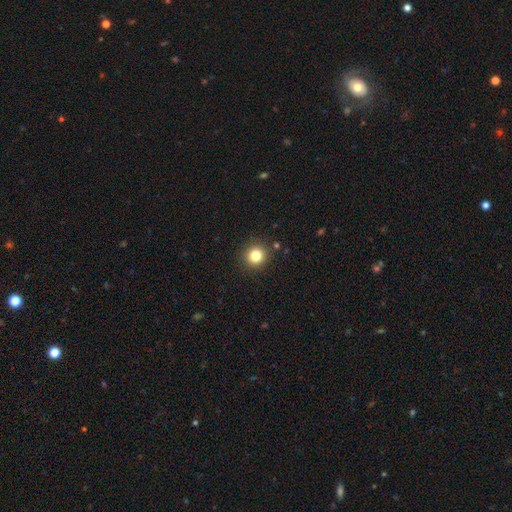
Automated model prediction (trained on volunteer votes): Smooth or featured?
  - smooth: 81% *
  - star or artifact: 13%
  - featured or disk: 6%
How rounded?
  - round: 93% *
  - in between: 6%
  - cigar-shaped: 1%
Merging?
  - none: 90% *
  - minor disturbance: 6%
  - major disturbance: 2%
  - merger: 2%